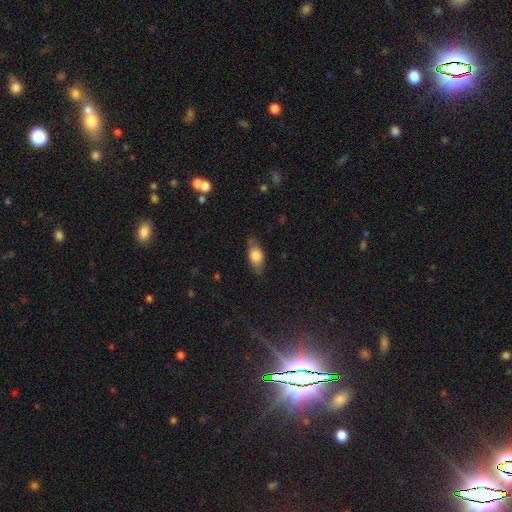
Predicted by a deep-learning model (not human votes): Smooth or featured? smooth (69%)
How rounded? in between (80%)
Merging? none (77%)